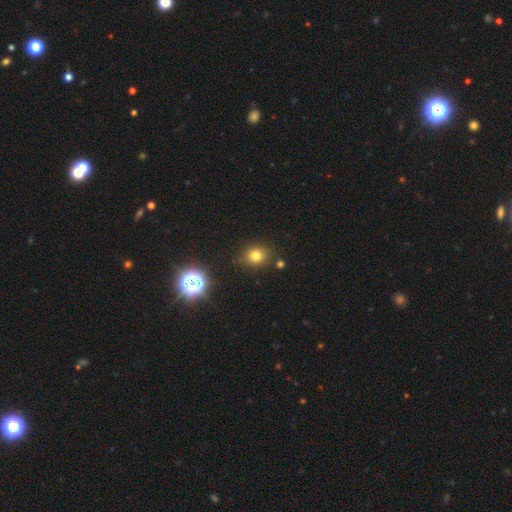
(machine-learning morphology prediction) Smooth or featured?
  - smooth: 75% *
  - star or artifact: 18%
  - featured or disk: 7%
How rounded?
  - round: 74% *
  - in between: 25%
  - cigar-shaped: 1%
Merging?
  - none: 84% *
  - minor disturbance: 10%
  - merger: 3%
  - major disturbance: 3%